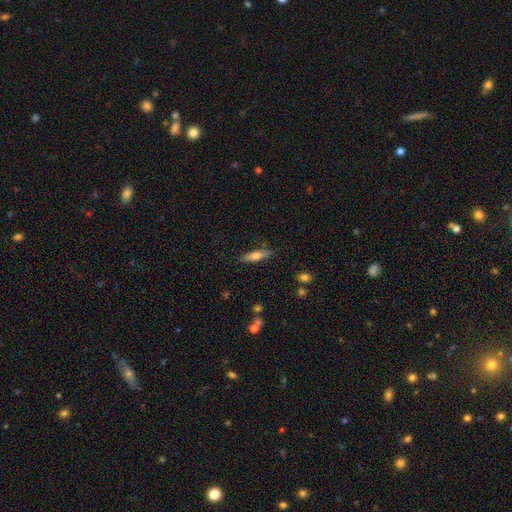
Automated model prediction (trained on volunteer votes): Q: Smooth or featured?
A: smooth (60%); runner-up: featured or disk (34%)
Q: How rounded?
A: cigar-shaped (72%); runner-up: in between (26%)
Q: Merging?
A: none (84%); runner-up: minor disturbance (11%)